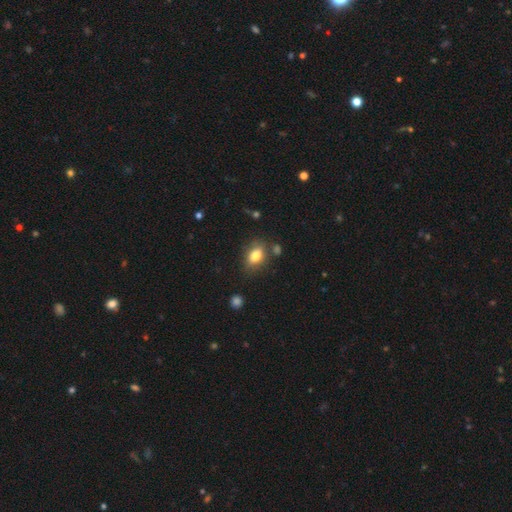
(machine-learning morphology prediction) This appears to be a smooth galaxy with no disk features (79%) that is in between round and cigar-shaped (79%). Merging: none (75%).